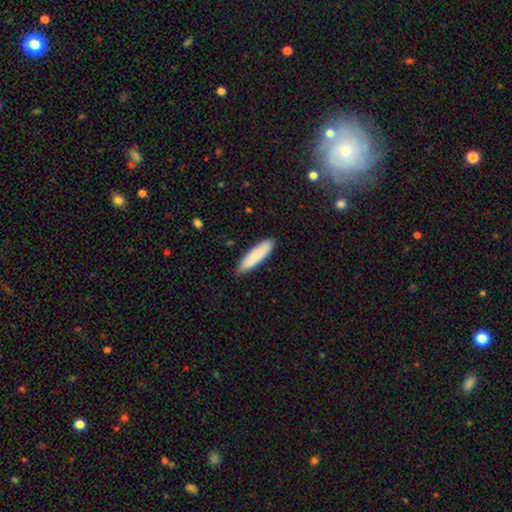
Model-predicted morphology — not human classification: Smooth or featured? smooth (85%)
How rounded? cigar-shaped (71%)
Merging? none (86%)